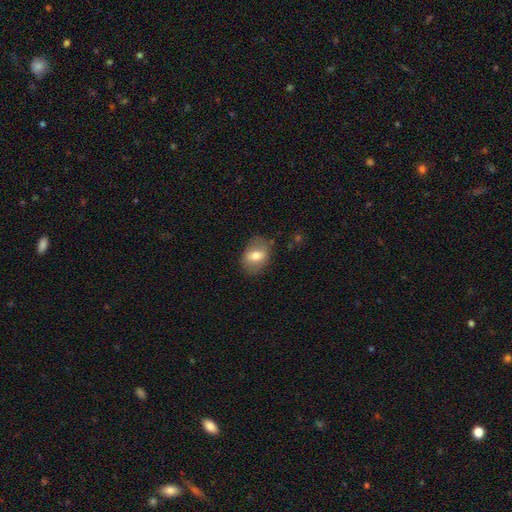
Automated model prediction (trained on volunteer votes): A smooth galaxy with no disk features (67%) that is in between round and cigar-shaped (75%).

Vote fractions:
- Smooth or featured? smooth: 67% / featured or disk: 25% / star or artifact: 8%
- How rounded? in between: 75% / round: 24% / cigar-shaped: 1%
- Merging? none: 77% / minor disturbance: 16% / major disturbance: 6% / merger: 1%